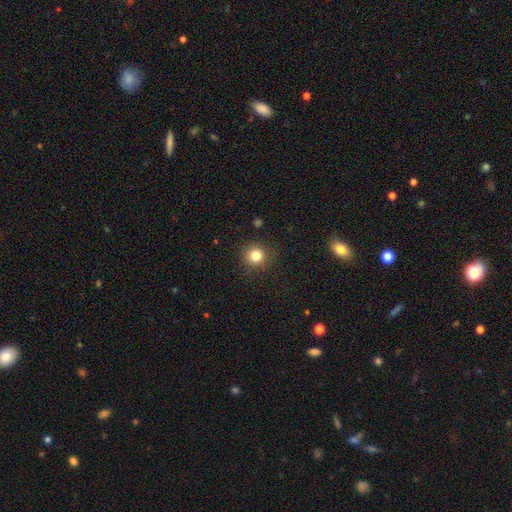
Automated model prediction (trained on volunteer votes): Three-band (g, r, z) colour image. It shows a smooth galaxy with no disk features (82%) that is round (93%). Merging: none (89%).